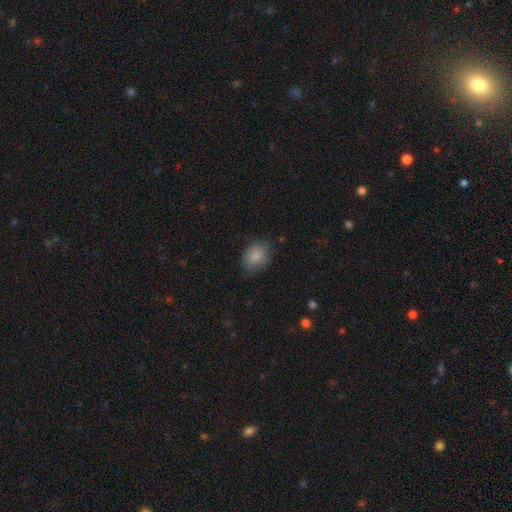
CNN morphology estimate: A smooth galaxy with no disk features (87%) that is in between round and cigar-shaped (69%). Merging: none (78%).